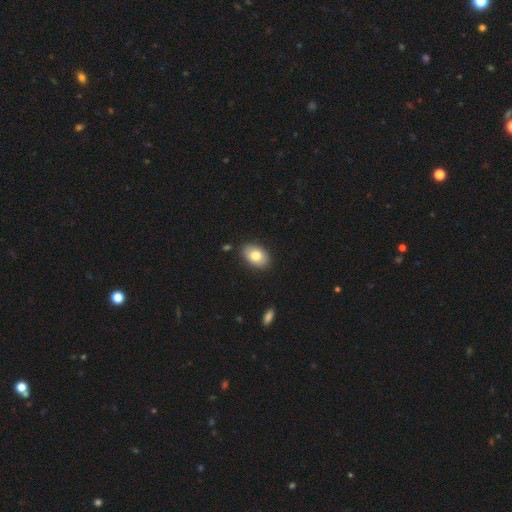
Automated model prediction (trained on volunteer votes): This is clearly a smooth galaxy (81%). How rounded: clearly in between (89%). Merging: clearly none (86%).